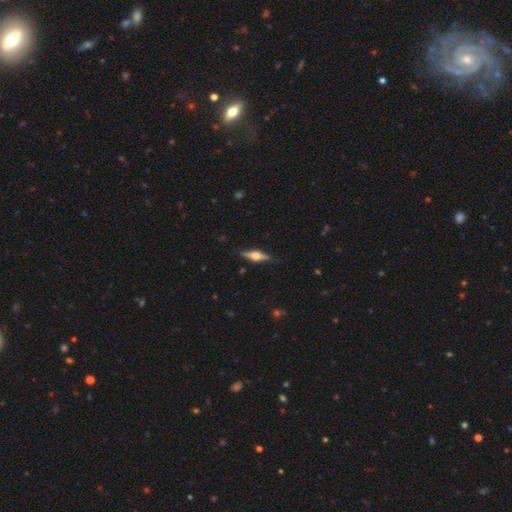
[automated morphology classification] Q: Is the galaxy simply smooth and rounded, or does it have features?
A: featured or disk — 70%.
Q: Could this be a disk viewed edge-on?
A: yes — 97%.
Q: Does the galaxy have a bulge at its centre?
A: rounded — 93%.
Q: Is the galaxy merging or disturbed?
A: none — 87%.